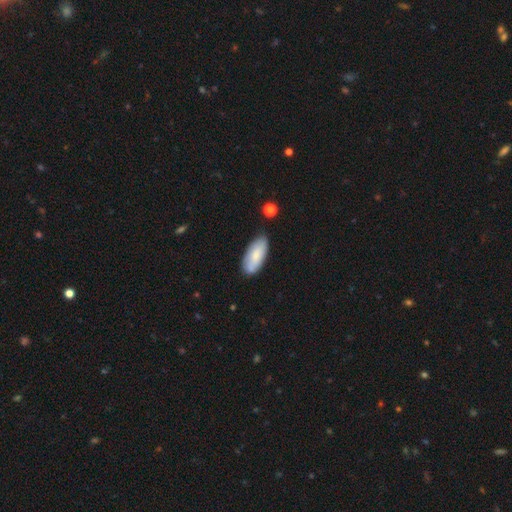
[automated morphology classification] Overall: smooth (76%). How rounded: in between (85%). Merging: none (73%).